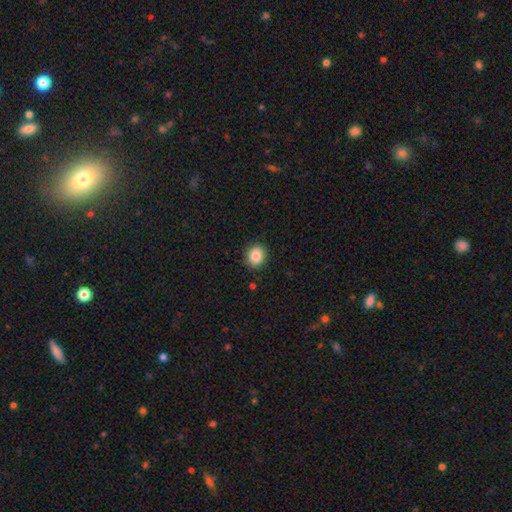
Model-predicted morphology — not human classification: Smooth or featured? Predicted: smooth (p=0.86). How rounded? Predicted: round (p=0.75). Merging? Predicted: none (p=0.89).